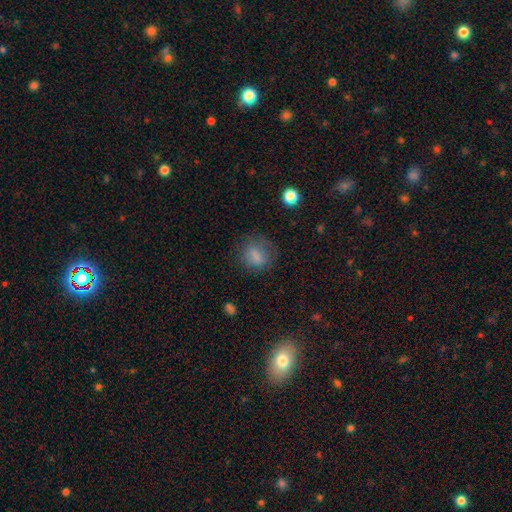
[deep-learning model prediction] The model was most divided on "how rounded": round: 63%, in between: 35%, cigar-shaped: 2%. More confident: smooth or featured — smooth (76%); merging — none (68%).